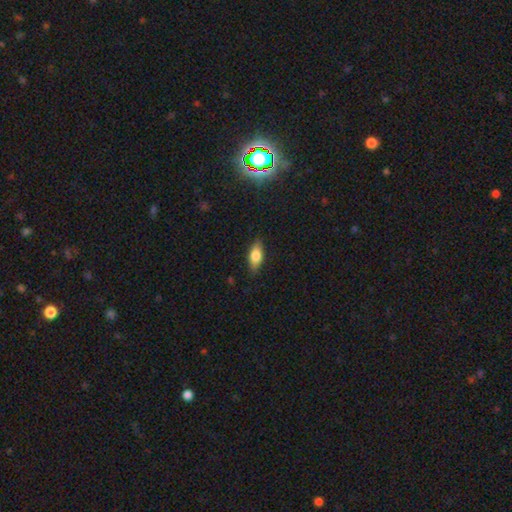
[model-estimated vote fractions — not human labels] smooth_or_featured: smooth (p=0.70) [alt: featured or disk p=0.23]
how_rounded: in between (p=0.79) [alt: cigar-shaped p=0.17]
merging: none (p=0.84) [alt: minor disturbance p=0.13]